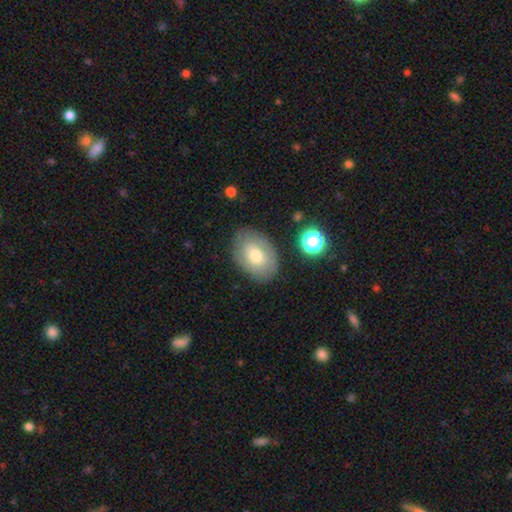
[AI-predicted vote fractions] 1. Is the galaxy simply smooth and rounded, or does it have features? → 62% smooth, 30% featured or disk, 8% star or artifact.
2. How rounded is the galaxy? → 81% in between, 18% round, 1% cigar-shaped.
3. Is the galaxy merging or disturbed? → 79% none, 15% minor disturbance, 4% major disturbance, 2% merger.